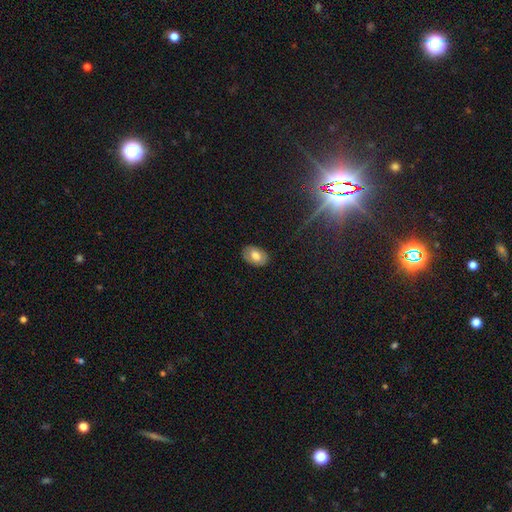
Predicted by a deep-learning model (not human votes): Smooth or featured? smooth (71%)
How rounded? in between (88%)
Merging? none (85%)